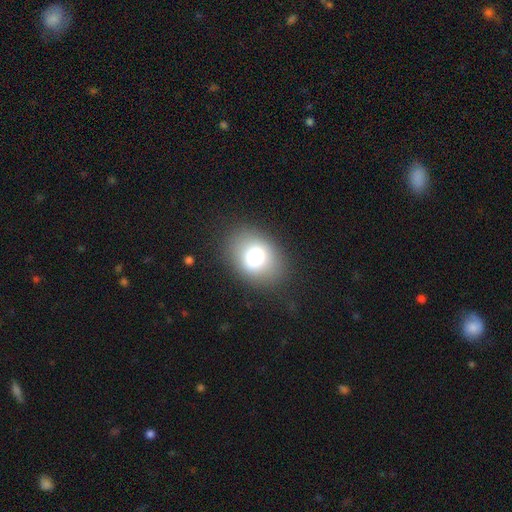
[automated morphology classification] This appears to be a smooth galaxy with no disk features (76%) that is in between round and cigar-shaped (63%). Merging: none (82%).